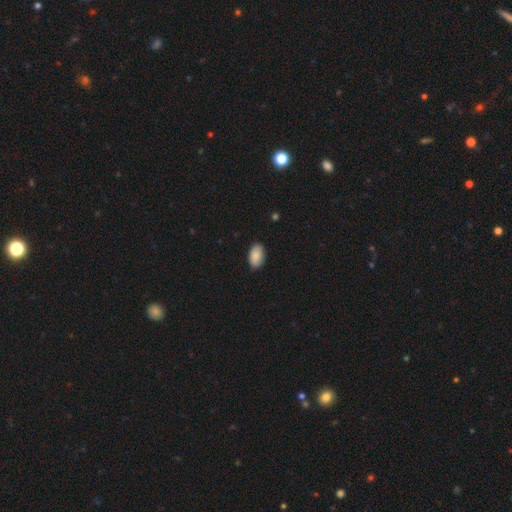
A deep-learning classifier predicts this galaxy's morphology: Q: Smooth or featured?
A: smooth (89%); runner-up: star or artifact (6%)
Q: How rounded?
A: in between (94%); runner-up: round (5%)
Q: Merging?
A: none (87%); runner-up: minor disturbance (11%)